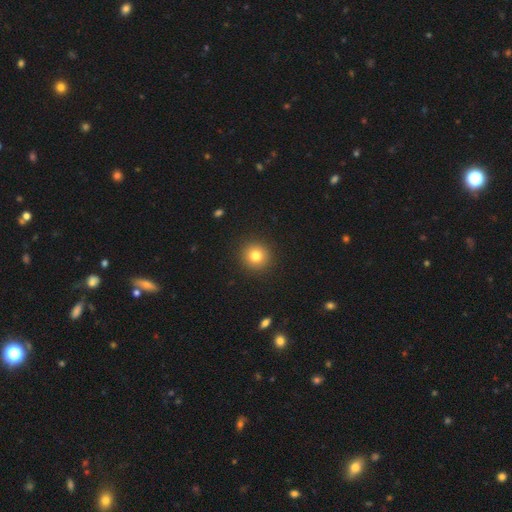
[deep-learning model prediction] Overall: smooth (80%). How rounded: round (93%). Merging: none (92%).